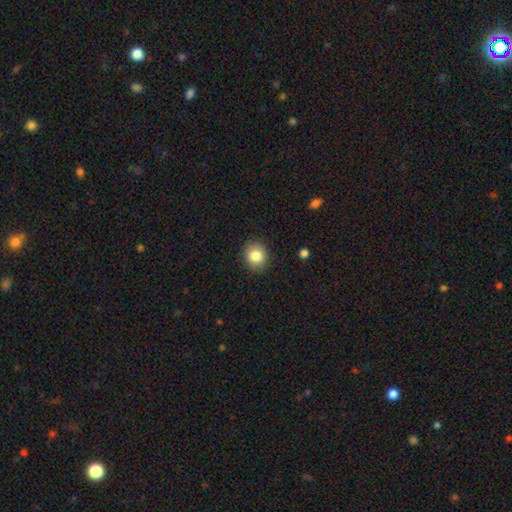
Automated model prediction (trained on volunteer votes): A smooth galaxy with no disk features (83%) that is round (67%). Merging: none (89%).